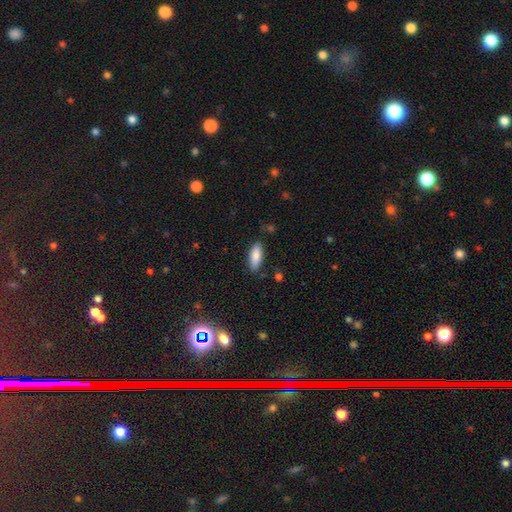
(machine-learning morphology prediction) Smooth or featured: smooth — 85% (featured or disk — 8%)
How rounded: in between — 79% (cigar-shaped — 19%)
Merging: none — 83% (minor disturbance — 12%)